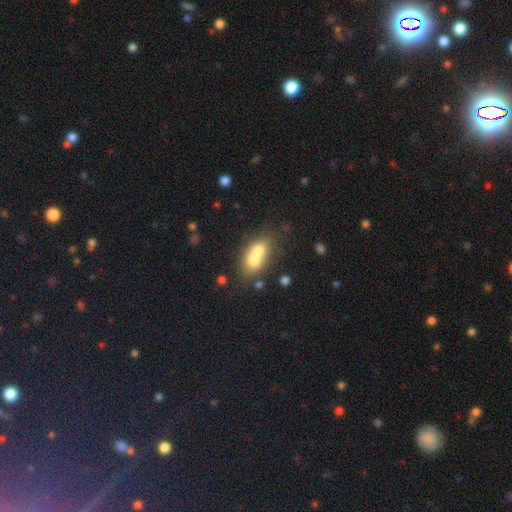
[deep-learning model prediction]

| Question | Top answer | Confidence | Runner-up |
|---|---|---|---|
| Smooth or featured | smooth | 66% | featured or disk (25%) |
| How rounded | in between | 64% | round (32%) |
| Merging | merger | 66% | none (23%) |